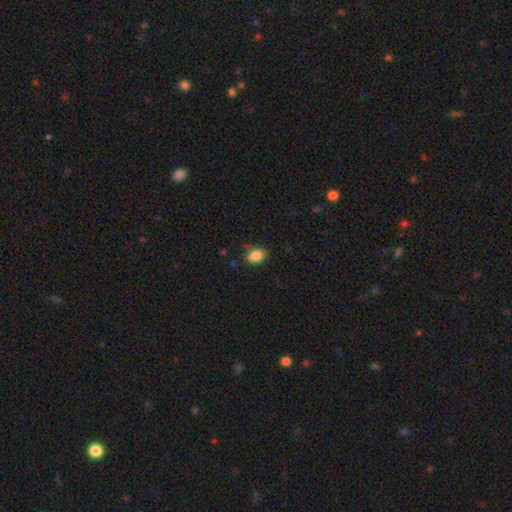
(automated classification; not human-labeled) Smooth or featured: smooth — 86% (star or artifact — 9%)
How rounded: in between — 77% (round — 22%)
Merging: none — 76% (minor disturbance — 18%)